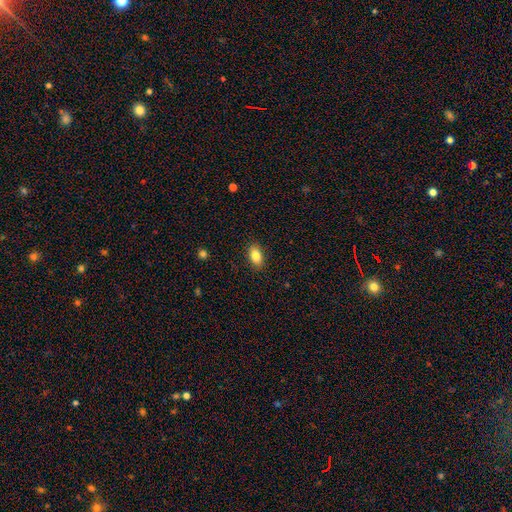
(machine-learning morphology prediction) A smooth galaxy with no disk features (84%) that is in between round and cigar-shaped (89%).

Vote fractions:
- Smooth or featured? smooth: 84% / featured or disk: 8% / star or artifact: 8%
- How rounded? in between: 89% / round: 8% / cigar-shaped: 3%
- Merging? none: 88% / minor disturbance: 9% / major disturbance: 2% / merger: 1%